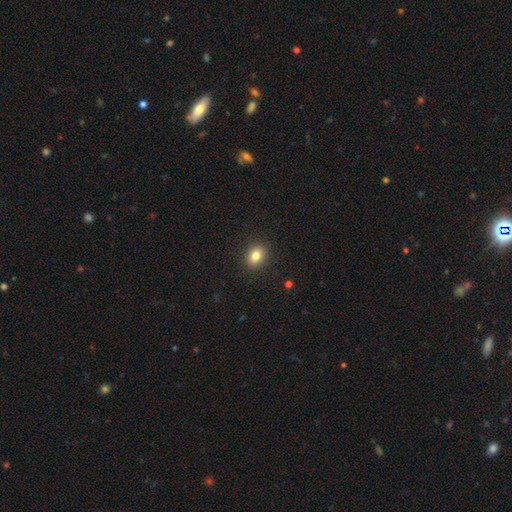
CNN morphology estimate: smooth 82%, star or artifact 10%, featured or disk 8%. Down the decision tree: how rounded — in between (62%); merging — none (90%).